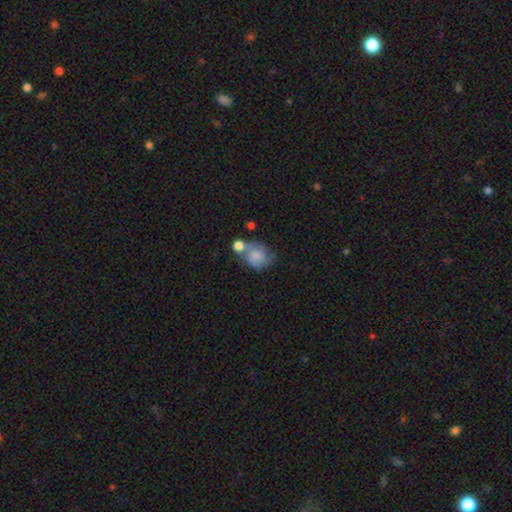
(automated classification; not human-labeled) smooth_or_featured: smooth (p=0.60) [alt: featured or disk p=0.31]
how_rounded: round (p=0.64) [alt: in between p=0.35]
merging: none (p=0.34) [alt: merger p=0.32]